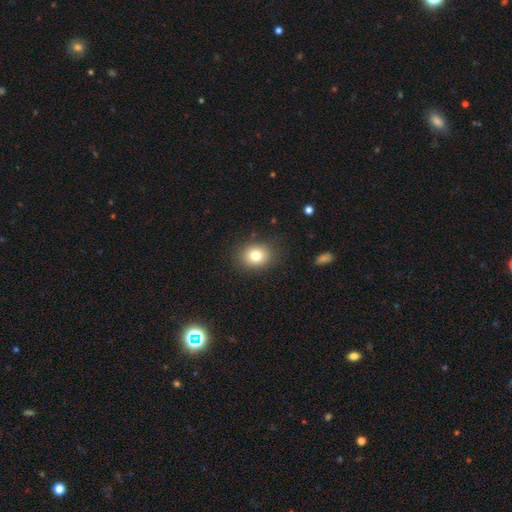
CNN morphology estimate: Smooth or featured? Predicted: smooth (p=0.80). How rounded? Predicted: round (p=0.55). Merging? Predicted: none (p=0.86).